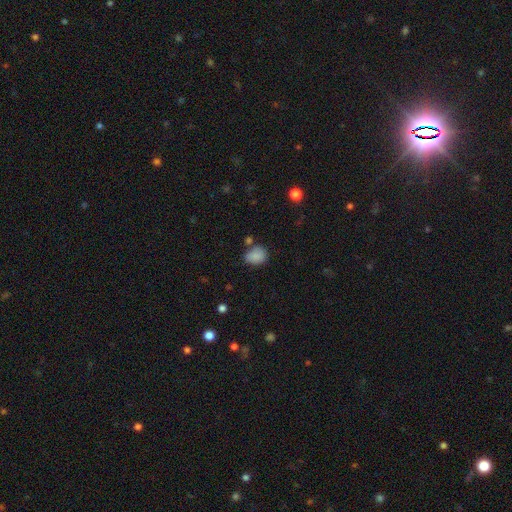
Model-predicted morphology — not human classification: Smooth or featured: smooth — 86% (star or artifact — 9%)
How rounded: in between — 58% (round — 41%)
Merging: none — 64% (minor disturbance — 20%)